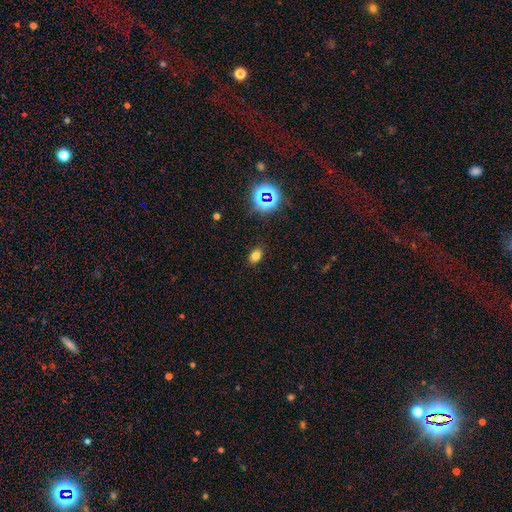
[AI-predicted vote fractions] Q: Smooth or featured?
A: smooth (74%); runner-up: star or artifact (19%)
Q: How rounded?
A: in between (75%); runner-up: round (24%)
Q: Merging?
A: none (87%); runner-up: minor disturbance (9%)